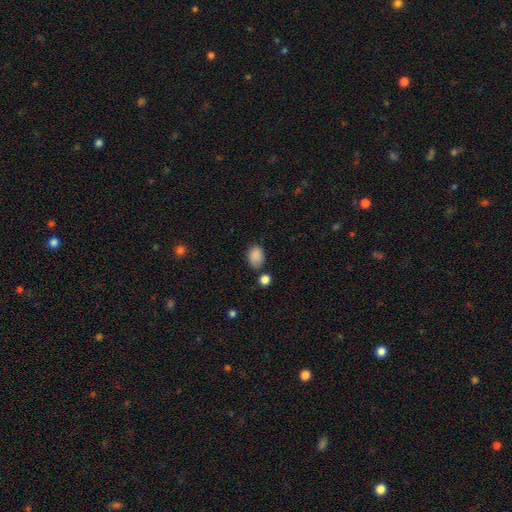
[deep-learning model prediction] Q: Smooth or featured?
A: smooth (87%); runner-up: star or artifact (9%)
Q: How rounded?
A: in between (73%); runner-up: round (26%)
Q: Merging?
A: none (72%); runner-up: minor disturbance (18%)